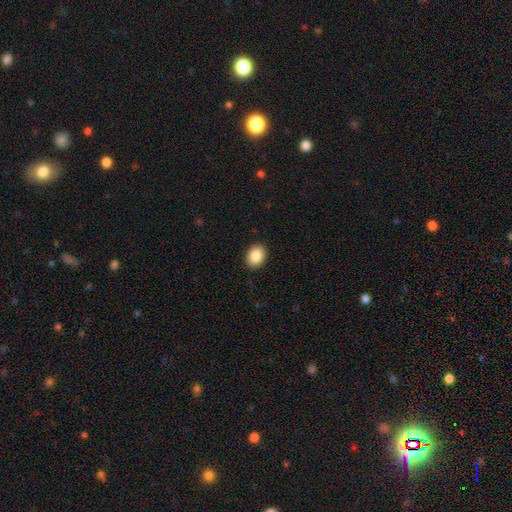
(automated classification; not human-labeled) A smooth galaxy with no disk features (88%) that is in between round and cigar-shaped (63%). Merging: none (90%).